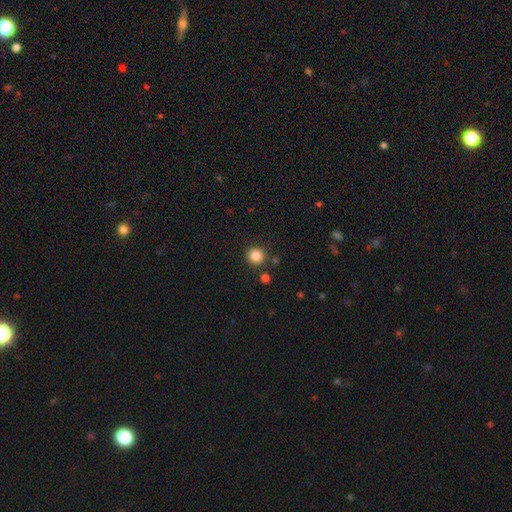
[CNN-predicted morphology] This appears to be a smooth galaxy with no disk features (86%) that is round (94%). Merging: none (87%).